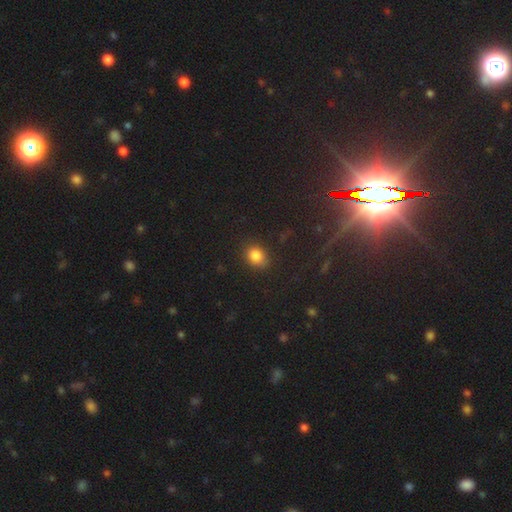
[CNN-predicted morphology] Smooth or featured: smooth — 83% (star or artifact — 12%)
How rounded: round — 54% (in between — 45%)
Merging: none — 81% (minor disturbance — 14%)